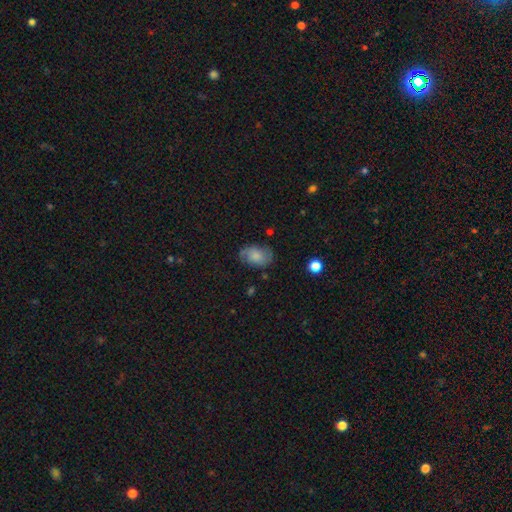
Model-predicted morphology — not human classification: Q: Smooth or featured?
A: smooth (58%); runner-up: featured or disk (33%)
Q: How rounded?
A: in between (80%); runner-up: round (19%)
Q: Merging?
A: none (67%); runner-up: minor disturbance (23%)